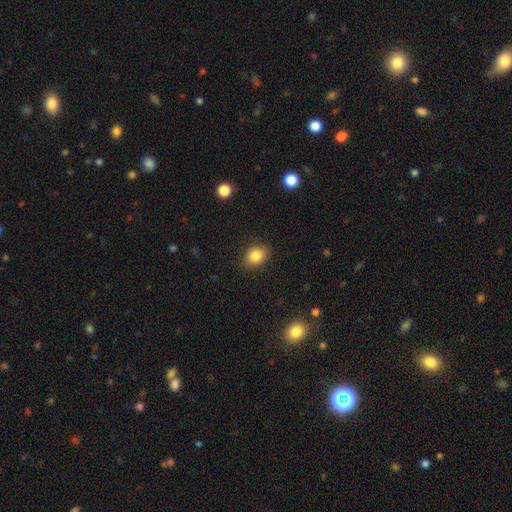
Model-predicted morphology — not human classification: A smooth galaxy with no disk features (85%) that is in between round and cigar-shaped (64%). Merging: none (86%).